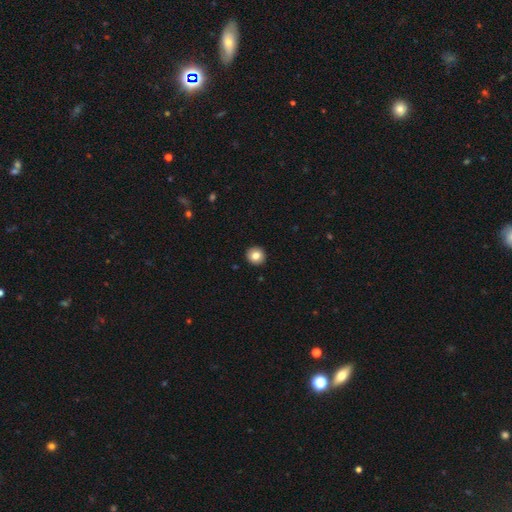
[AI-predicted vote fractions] Morphology: type=smooth (82%); roundness=round (93%); merging=none (93%).